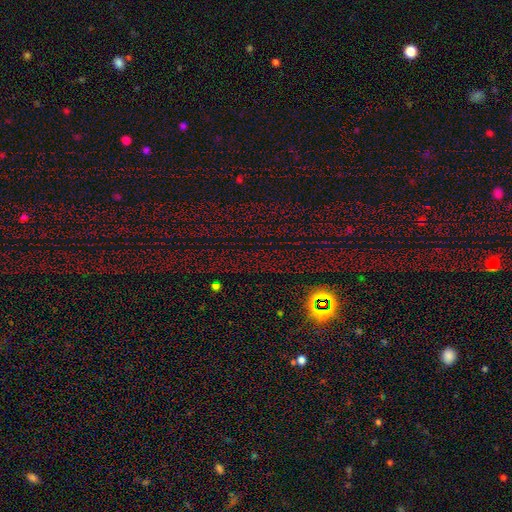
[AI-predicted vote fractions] The model was most divided on "smooth or featured": star or artifact: 75%, smooth: 17%, featured or disk: 8%.